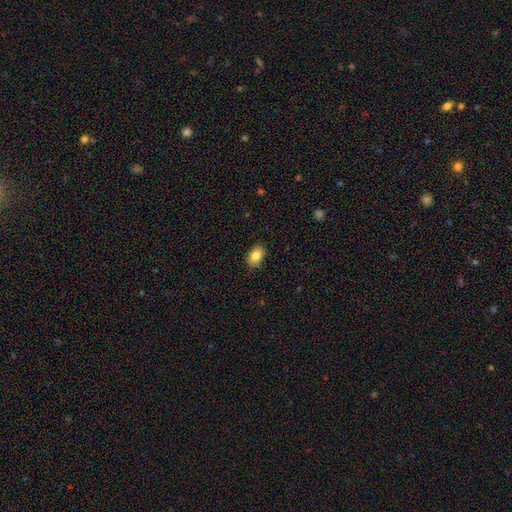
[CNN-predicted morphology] smooth_or_featured: smooth (p=0.85) [alt: star or artifact p=0.08]
how_rounded: in between (p=0.86) [alt: round p=0.13]
merging: none (p=0.87) [alt: minor disturbance p=0.10]